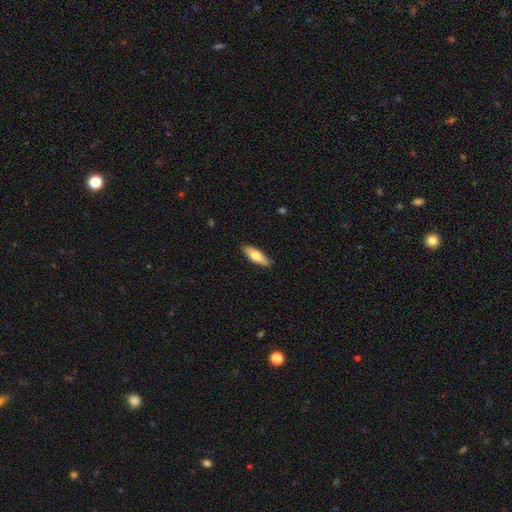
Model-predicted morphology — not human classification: A smooth galaxy with no disk features (68%) that is in between round and cigar-shaped (59%).

Vote fractions:
- Smooth or featured? smooth: 68% / featured or disk: 27% / star or artifact: 5%
- How rounded? in between: 59% / cigar-shaped: 39% / round: 2%
- Merging? none: 87% / minor disturbance: 11% / major disturbance: 2% / merger: 1%